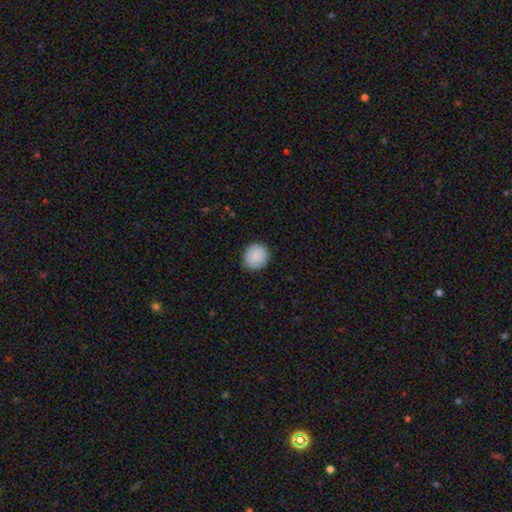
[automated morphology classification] Overall: smooth (89%). How rounded: round (92%). Merging: none (89%).